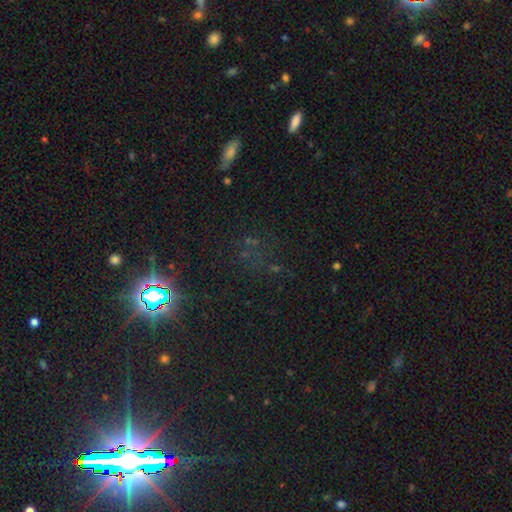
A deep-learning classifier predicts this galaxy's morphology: Overall: star or artifact (72%).